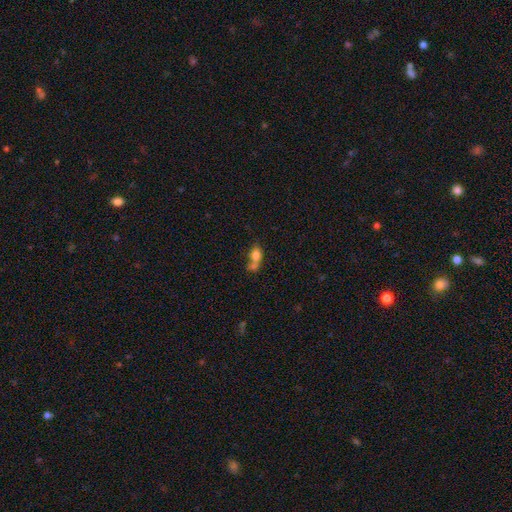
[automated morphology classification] A smooth galaxy with no disk features (73%) that is in between round and cigar-shaped (59%). Merging: merger (52%).